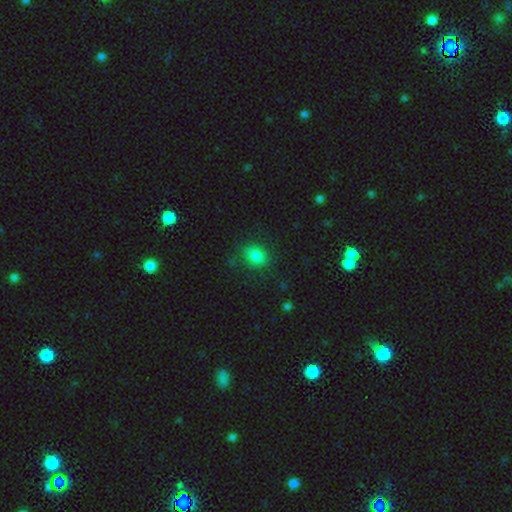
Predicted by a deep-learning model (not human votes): Smooth or featured? smooth (82%)
How rounded? round (52%)
Merging? none (78%)